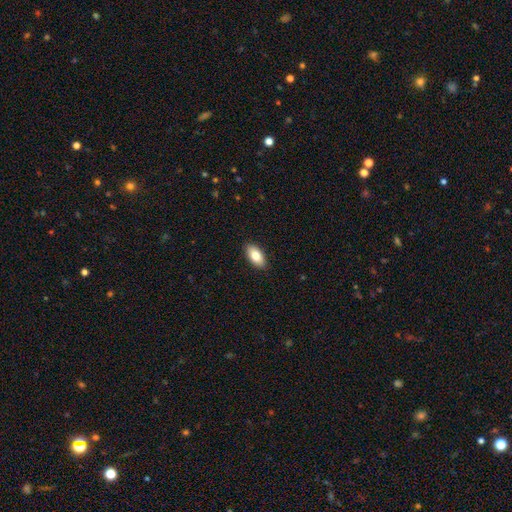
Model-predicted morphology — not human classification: Overall: smooth (81%). How rounded: in between (91%). Merging: none (90%).